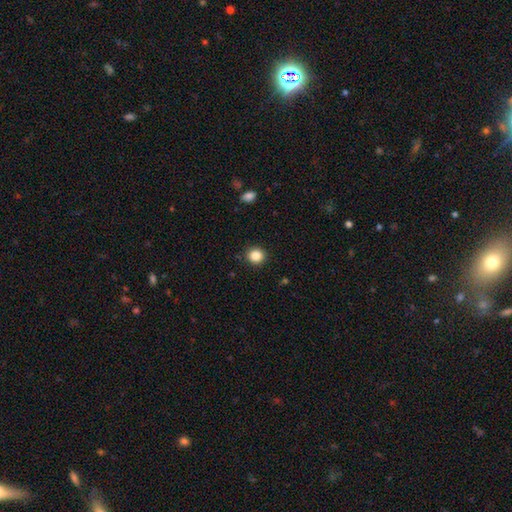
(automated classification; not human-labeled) Smooth or featured: smooth — 85% (star or artifact — 11%)
How rounded: round — 89% (in between — 10%)
Merging: none — 91% (minor disturbance — 6%)